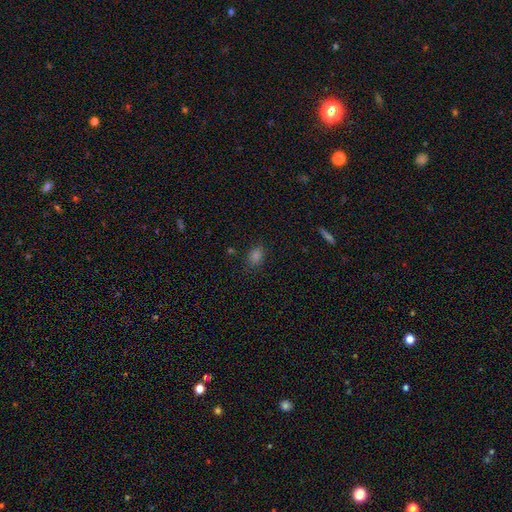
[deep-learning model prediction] This appears to be a smooth galaxy with no disk features (76%) that is in between round and cigar-shaped (59%). Merging: none (83%).